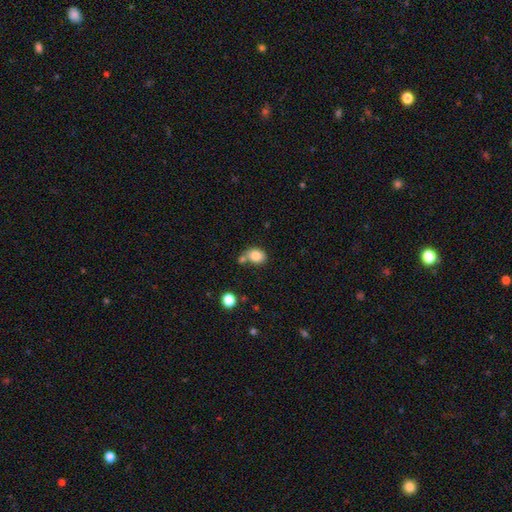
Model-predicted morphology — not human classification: A smooth galaxy with no disk features (84%) that is in between round and cigar-shaped (59%).

Vote fractions:
- Smooth or featured? smooth: 84% / star or artifact: 9% / featured or disk: 7%
- How rounded? in between: 59% / round: 40% / cigar-shaped: 1%
- Merging? none: 53% / merger: 28% / minor disturbance: 15% / major disturbance: 5%